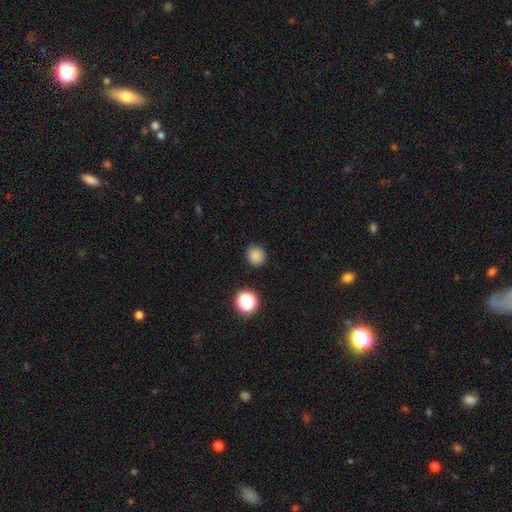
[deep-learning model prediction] smooth-or-featured: smooth: 83% | star or artifact: 13% | featured or disk: 4%
  how-rounded: round: 85% | in between: 14% | cigar-shaped: 1%
  merging: none: 89% | minor disturbance: 7% | major disturbance: 2% | merger: 2%